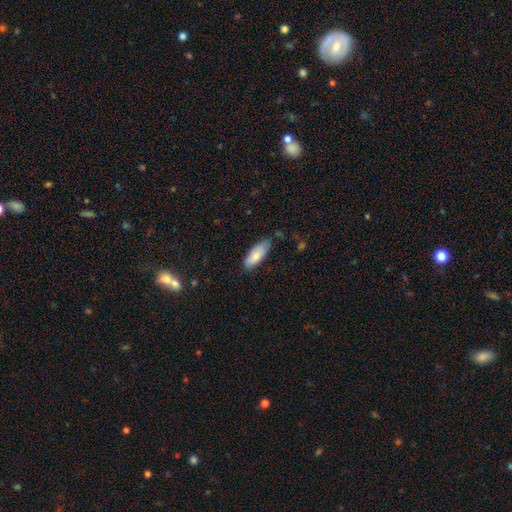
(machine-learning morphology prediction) smooth_or_featured: smooth (p=0.80) [alt: featured or disk p=0.14]
how_rounded: in between (p=0.76) [alt: cigar-shaped p=0.22]
merging: none (p=0.71) [alt: minor disturbance p=0.24]